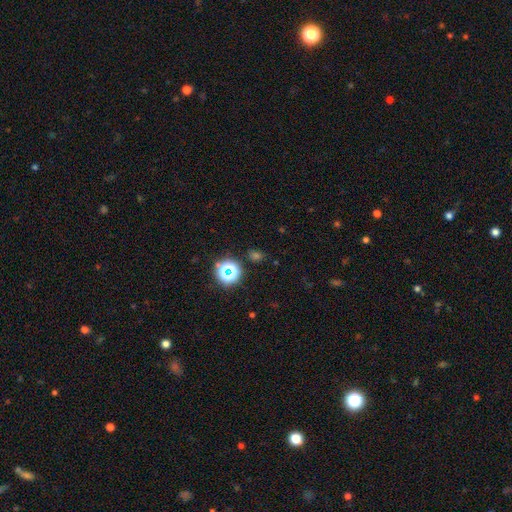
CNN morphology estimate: smooth-or-featured: star or artifact: 56% | smooth: 36% | featured or disk: 8%